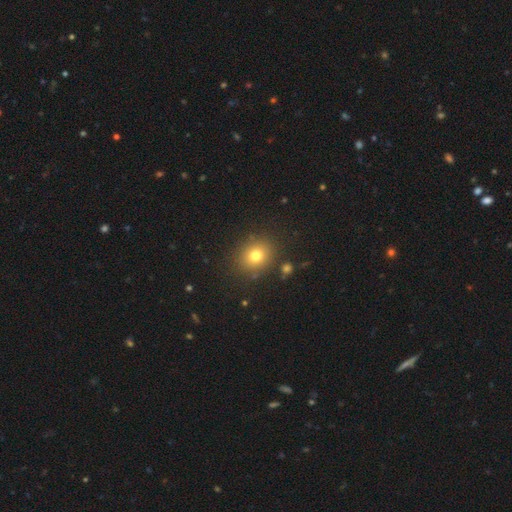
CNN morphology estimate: smooth_or_featured: smooth (p=0.76) [alt: star or artifact p=0.14]
how_rounded: round (p=0.76) [alt: in between p=0.23]
merging: none (p=0.86) [alt: minor disturbance p=0.08]